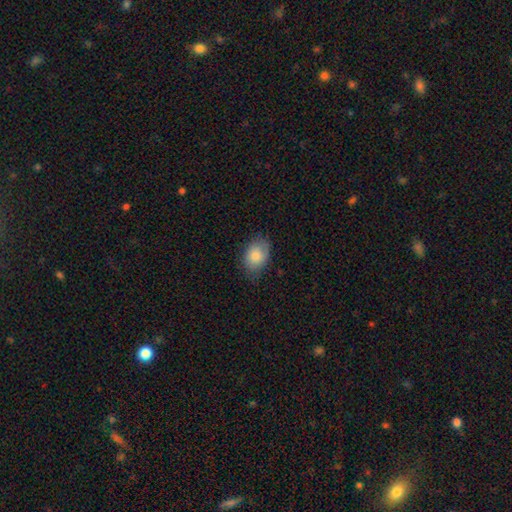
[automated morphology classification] smooth-or-featured: smooth: 83% | featured or disk: 9% | star or artifact: 7%
  how-rounded: in between: 76% | round: 23% | cigar-shaped: 1%
  merging: none: 70% | minor disturbance: 24% | major disturbance: 5% | merger: 1%